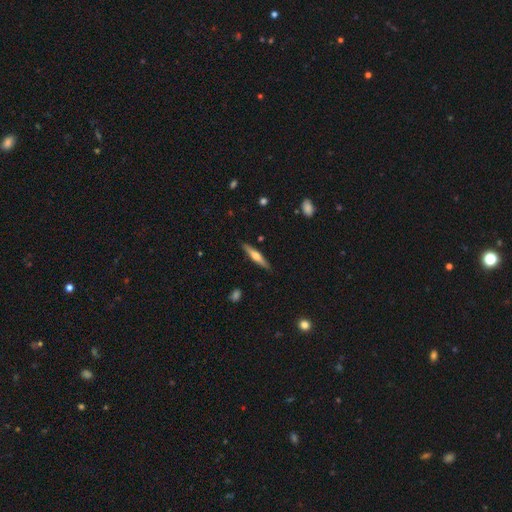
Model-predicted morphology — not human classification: The model was most divided on "smooth or featured": featured or disk: 54%, smooth: 40%, star or artifact: 6%. More confident: edge-on disk — yes (96%); merging — none (89%); edge-on bulge — rounded (87%).